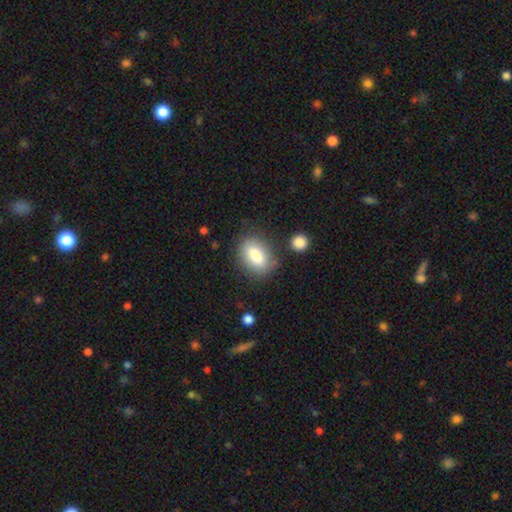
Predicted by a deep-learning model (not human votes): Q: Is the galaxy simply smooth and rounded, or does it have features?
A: smooth — 82%.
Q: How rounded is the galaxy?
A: in between — 82%.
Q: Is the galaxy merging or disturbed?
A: none — 74%.